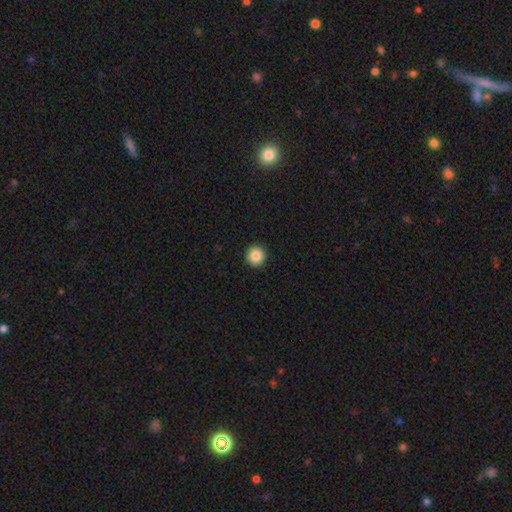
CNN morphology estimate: Overall: smooth (87%). How rounded: round (95%). Merging: none (93%).